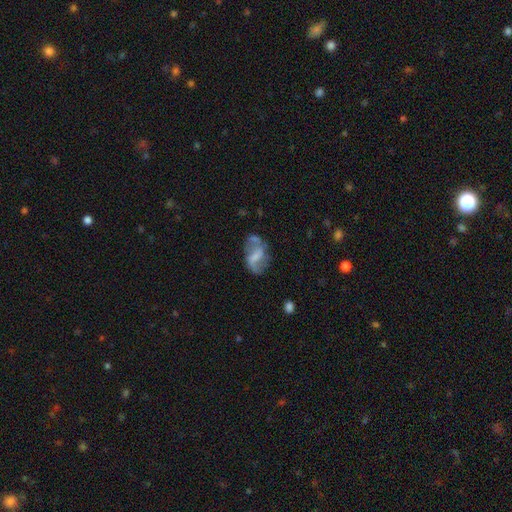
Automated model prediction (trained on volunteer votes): Morphology: type=featured or disk (65%); edge-on=no (96%); bar=weak (46%); spiral arms=yes (76%); bulge=small (33%); merging=none (51%).